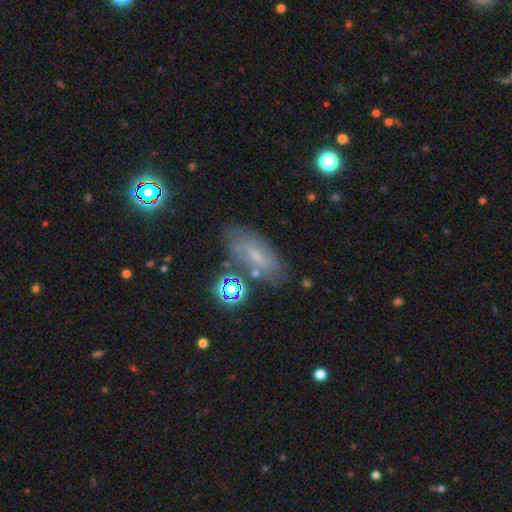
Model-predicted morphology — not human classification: Smooth or featured? featured or disk (48%)
Merging? none (70%)